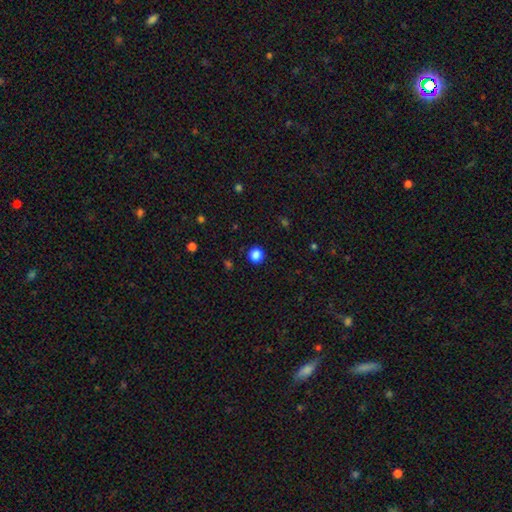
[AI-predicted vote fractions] Overall: smooth (85%). How rounded: round (91%). Merging: none (91%).